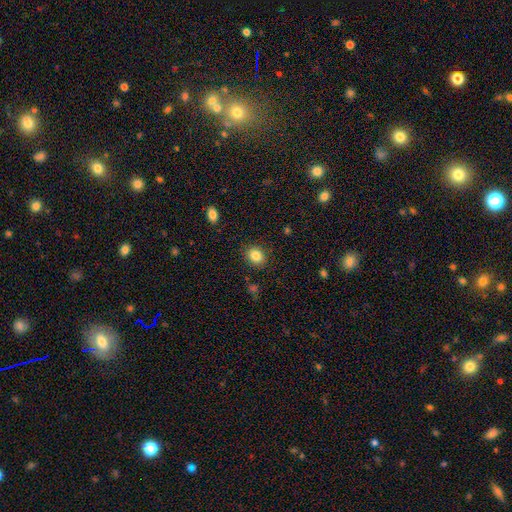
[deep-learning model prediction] A smooth galaxy with no disk features (84%) that is round (64%). Merging: none (88%).